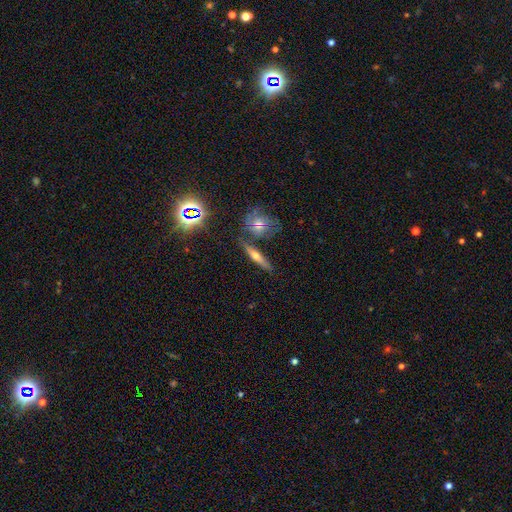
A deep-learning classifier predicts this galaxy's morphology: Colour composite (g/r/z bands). It shows a featured or disk galaxy (47%). Merging: none (75%).